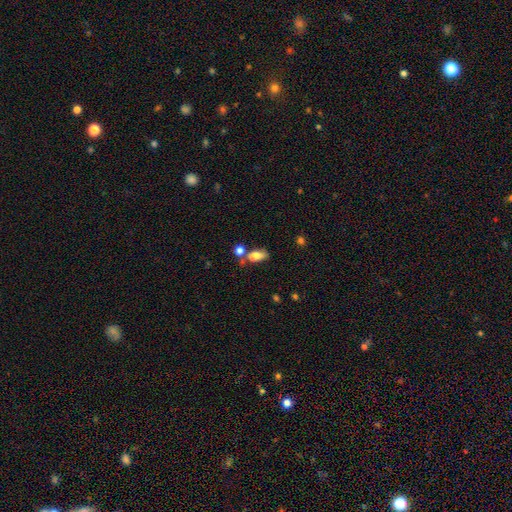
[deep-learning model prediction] smooth 78%, featured or disk 12%, star or artifact 9%. Down the decision tree: how rounded — in between (85%); merging — none (47%).